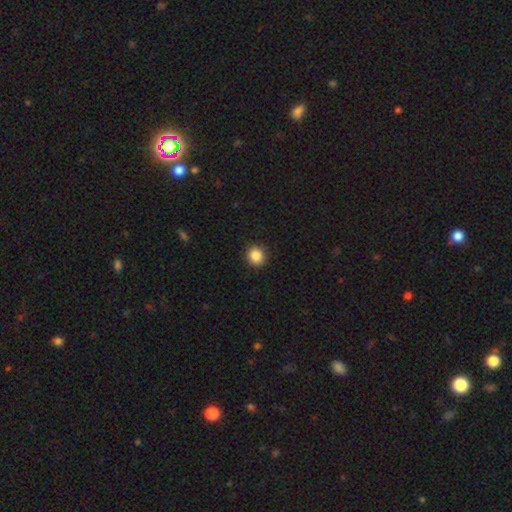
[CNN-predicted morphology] Smooth or featured: smooth — 87% (star or artifact — 10%)
How rounded: round — 90% (in between — 9%)
Merging: none — 92% (minor disturbance — 5%)